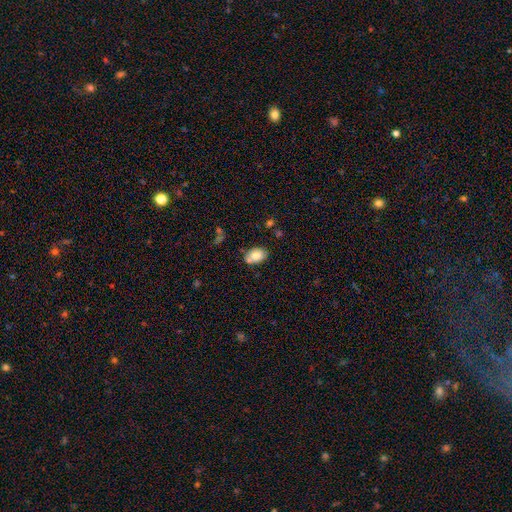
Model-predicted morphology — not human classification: Smooth or featured?
  - smooth: 78% *
  - featured or disk: 14%
  - star or artifact: 8%
How rounded?
  - in between: 83% *
  - round: 16%
  - cigar-shaped: 1%
Merging?
  - none: 69% *
  - minor disturbance: 17%
  - merger: 10%
  - major disturbance: 4%